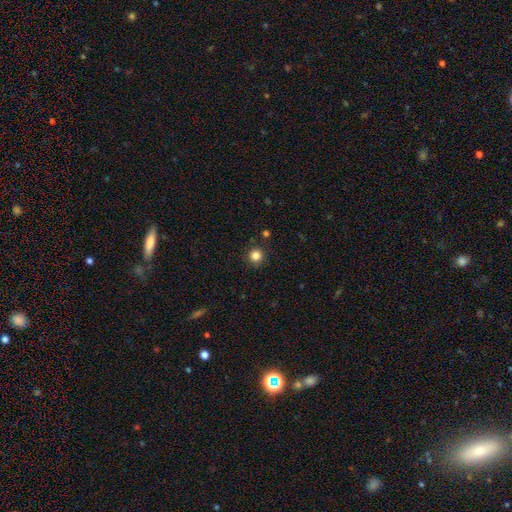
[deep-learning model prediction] smooth-or-featured: smooth: 83% | star or artifact: 12% | featured or disk: 4%
  how-rounded: round: 95% | in between: 4% | cigar-shaped: 1%
  merging: none: 90% | minor disturbance: 6% | major disturbance: 2% | merger: 2%